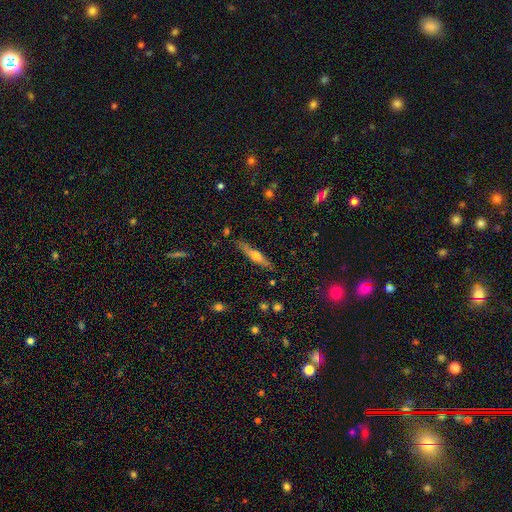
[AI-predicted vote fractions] featured or disk 51%, smooth 42%, star or artifact 7%. Down the decision tree: edge-on disk — yes (93%); merging — none (84%).